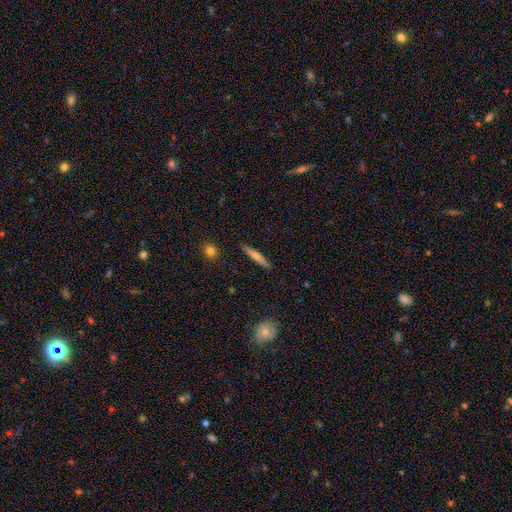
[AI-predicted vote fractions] This is possibly a smooth galaxy (51%). How rounded: clearly cigar-shaped (92%). Merging: clearly none (90%).